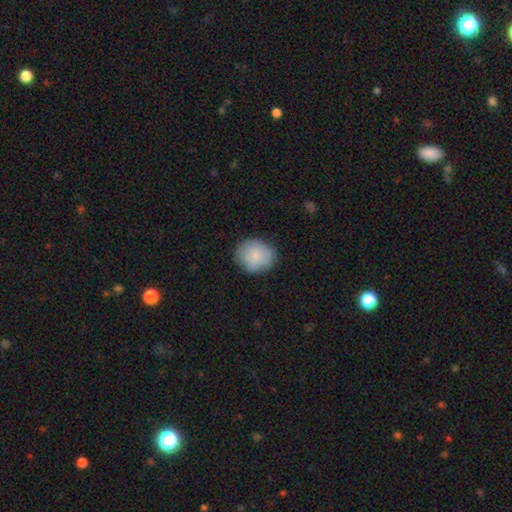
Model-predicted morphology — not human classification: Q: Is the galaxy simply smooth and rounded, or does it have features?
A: smooth — 82%.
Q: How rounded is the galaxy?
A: round — 66%.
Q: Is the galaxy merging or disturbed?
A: none — 78%.